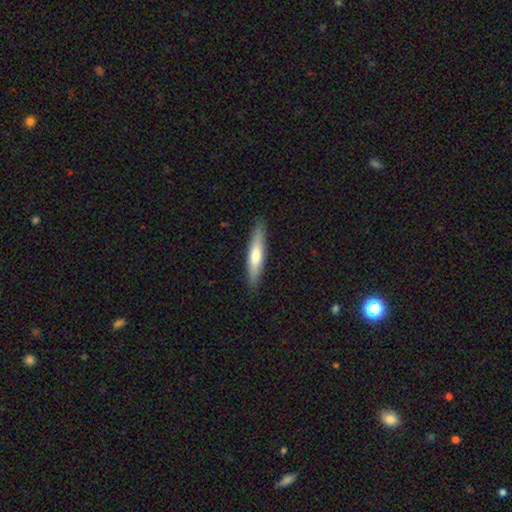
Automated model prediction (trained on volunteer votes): smooth-or-featured: smooth: 62% | featured or disk: 33% | star or artifact: 5%
  how-rounded: cigar-shaped: 85% | in between: 14% | round: 1%
  merging: none: 89% | minor disturbance: 9% | major disturbance: 2% | merger: 1%